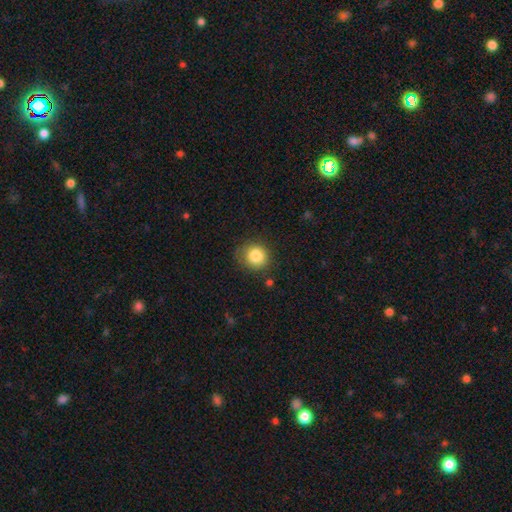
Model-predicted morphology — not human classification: Smooth or featured?
  - smooth: 84% *
  - star or artifact: 10%
  - featured or disk: 6%
How rounded?
  - round: 88% *
  - in between: 11%
  - cigar-shaped: 1%
Merging?
  - none: 78% *
  - minor disturbance: 16%
  - major disturbance: 4%
  - merger: 2%